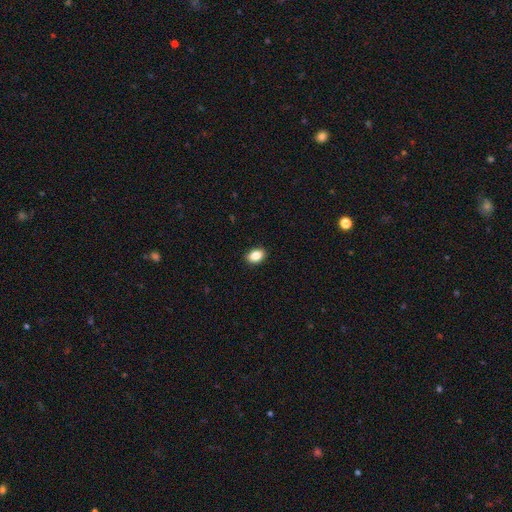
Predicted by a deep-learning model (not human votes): smooth_or_featured: smooth (p=0.87) [alt: star or artifact p=0.08]
how_rounded: in between (p=0.82) [alt: round p=0.16]
merging: none (p=0.90) [alt: minor disturbance p=0.07]